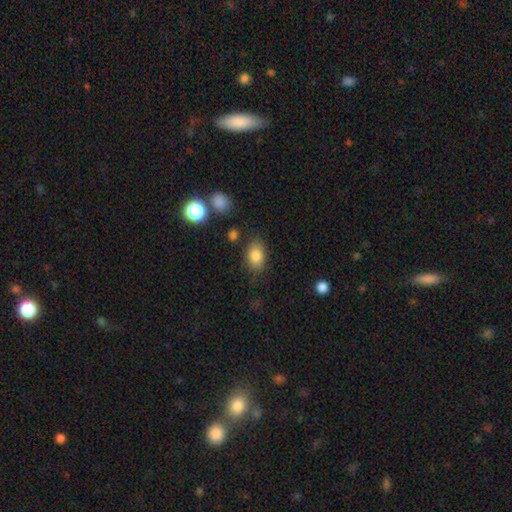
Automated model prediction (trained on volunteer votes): This is clearly a smooth galaxy (83%). How rounded: likely in between (78%). Merging: likely none (79%).